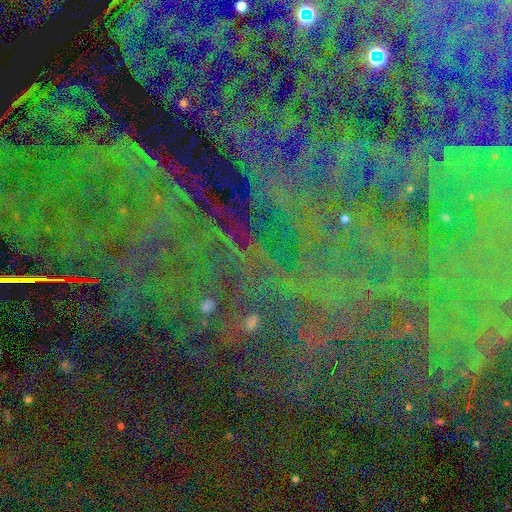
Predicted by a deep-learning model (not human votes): Smooth or featured?
  - star or artifact: 85% *
  - featured or disk: 8%
  - smooth: 7%